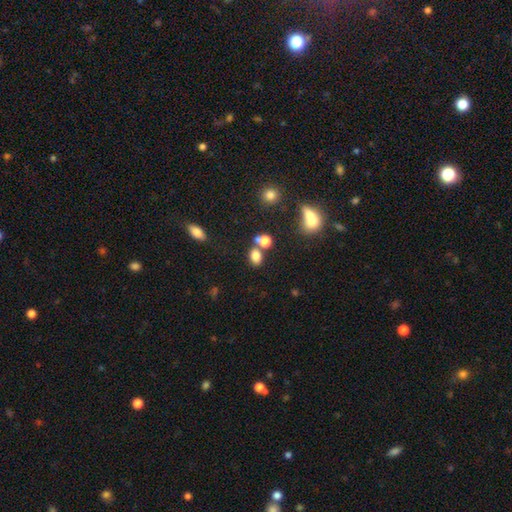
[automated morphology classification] Smooth or featured?
  - smooth: 78% *
  - star or artifact: 13%
  - featured or disk: 8%
How rounded?
  - in between: 66% *
  - round: 32%
  - cigar-shaped: 2%
Merging?
  - none: 51% *
  - merger: 32%
  - minor disturbance: 12%
  - major disturbance: 5%